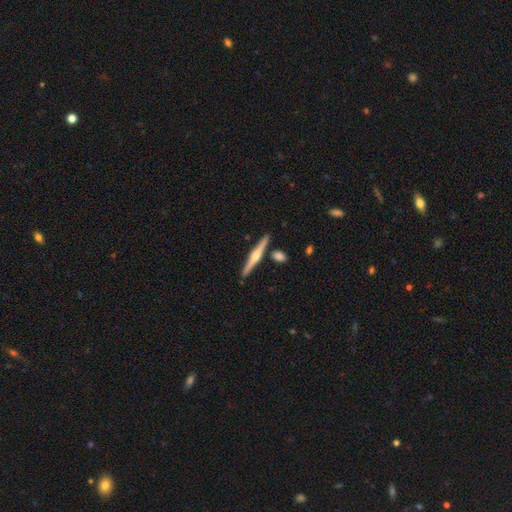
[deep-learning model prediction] Smooth or featured? featured or disk (73%)
Edge-on disk? yes (98%)
Edge-on bulge? rounded (91%)
Merging? none (87%)